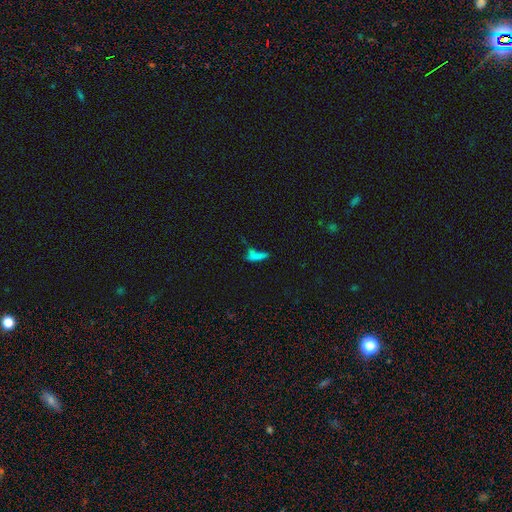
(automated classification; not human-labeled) Overall: smooth (66%). How rounded: cigar-shaped (59%; in between 36%). Merging: none (39%; merger 30%).